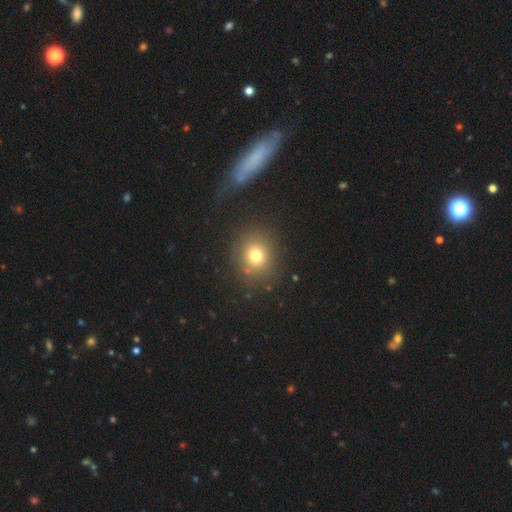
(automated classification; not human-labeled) A smooth galaxy with no disk features (75%) that is round (79%). Merging: none (82%).